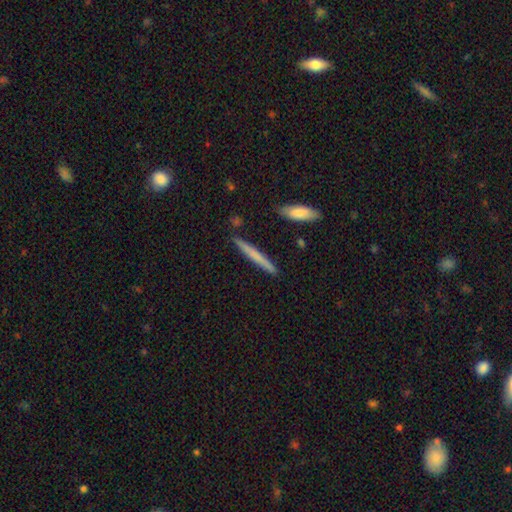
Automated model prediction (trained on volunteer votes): smooth_or_featured: smooth (p=0.63) [alt: featured or disk p=0.32]
how_rounded: cigar-shaped (p=0.96) [alt: in between p=0.03]
merging: none (p=0.89) [alt: minor disturbance p=0.07]